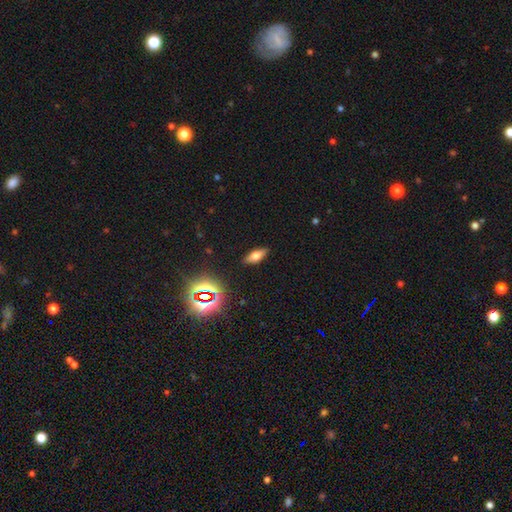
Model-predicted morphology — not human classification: The model was most divided on "smooth or featured": smooth: 57%, featured or disk: 27%, star or artifact: 16%. More confident: merging — none (88%); how rounded — in between (70%).